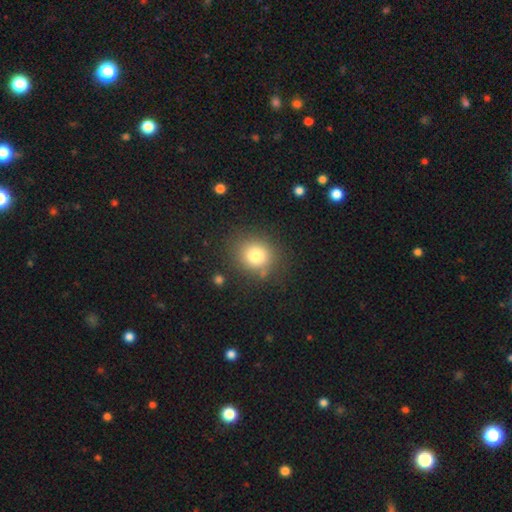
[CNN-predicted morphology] type=smooth (78%); roundness=round (81%); merging=none (81%).